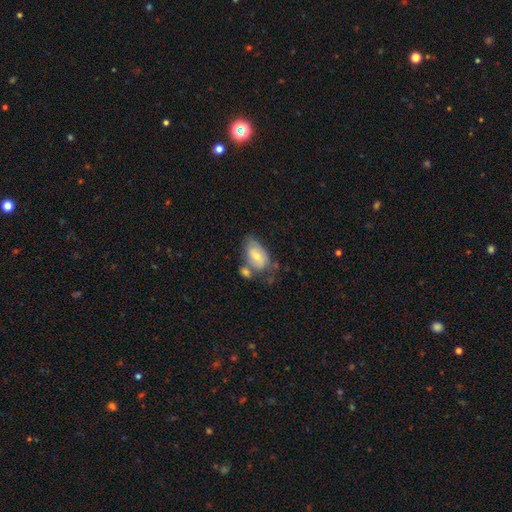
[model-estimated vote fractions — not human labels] Q: Smooth or featured?
A: smooth (66%); runner-up: featured or disk (27%)
Q: How rounded?
A: in between (90%); runner-up: round (8%)
Q: Merging?
A: none (35%); runner-up: merger (31%)